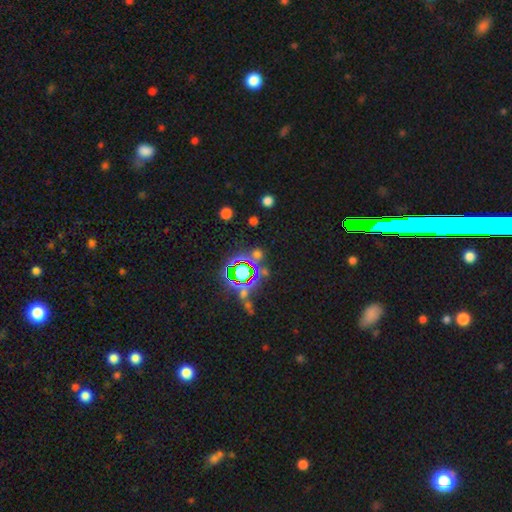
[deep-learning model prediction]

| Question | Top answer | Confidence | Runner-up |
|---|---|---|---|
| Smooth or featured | star or artifact | 78% | smooth (14%) |